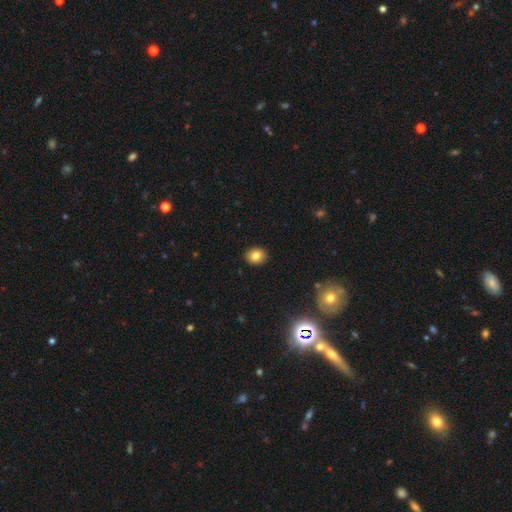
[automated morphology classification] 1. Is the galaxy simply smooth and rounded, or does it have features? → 82% smooth, 11% star or artifact, 7% featured or disk.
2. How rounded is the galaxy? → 61% round, 38% in between, 1% cigar-shaped.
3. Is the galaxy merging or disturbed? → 91% none, 6% minor disturbance, 2% major disturbance, 1% merger.